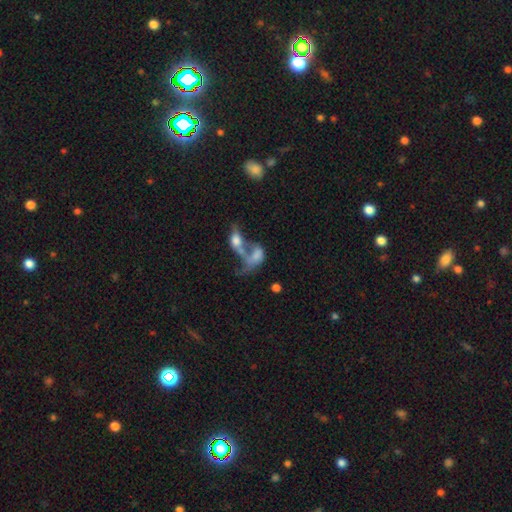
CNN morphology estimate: Overall: smooth (50%; featured or disk 39%). Merging: merger (68%).